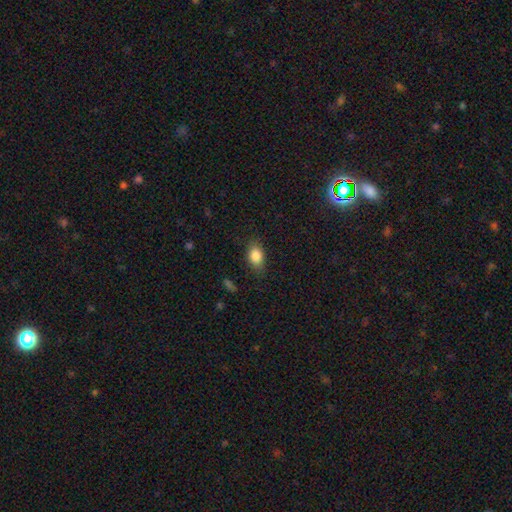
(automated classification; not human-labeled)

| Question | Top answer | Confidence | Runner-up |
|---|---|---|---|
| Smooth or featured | smooth | 84% | star or artifact (8%) |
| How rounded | in between | 82% | round (15%) |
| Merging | none | 80% | minor disturbance (15%) |